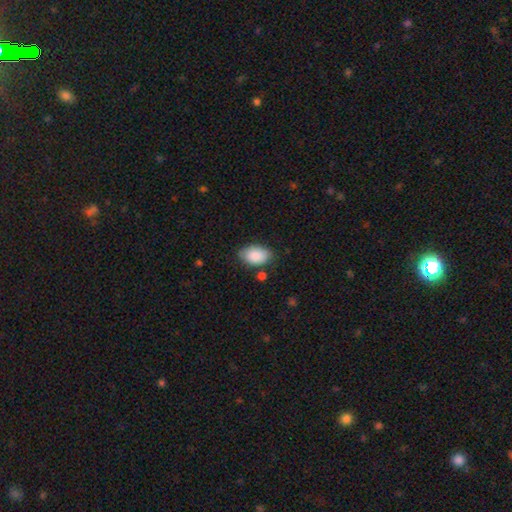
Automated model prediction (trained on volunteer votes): This appears to be a smooth galaxy with no disk features (88%) that is in between round and cigar-shaped (90%). Merging: none (75%).